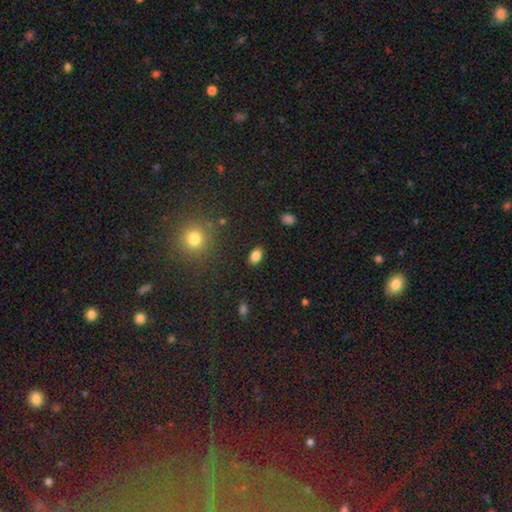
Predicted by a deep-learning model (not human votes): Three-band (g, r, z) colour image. It shows a smooth galaxy with no disk features (84%) that is in between round and cigar-shaped (85%). Merging: none (88%).